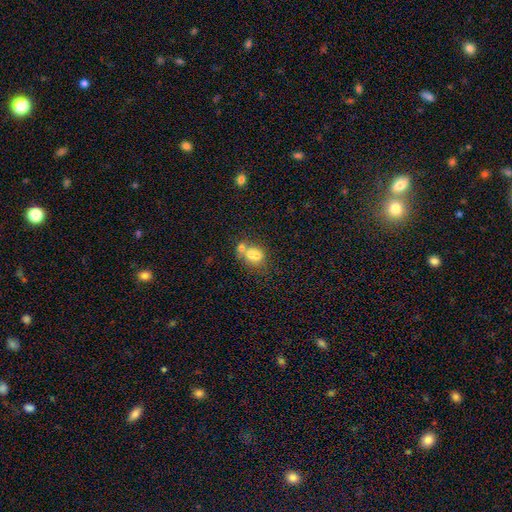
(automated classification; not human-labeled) Morphology: type=smooth (69%); roundness=round (52%); merging=merger (60%).